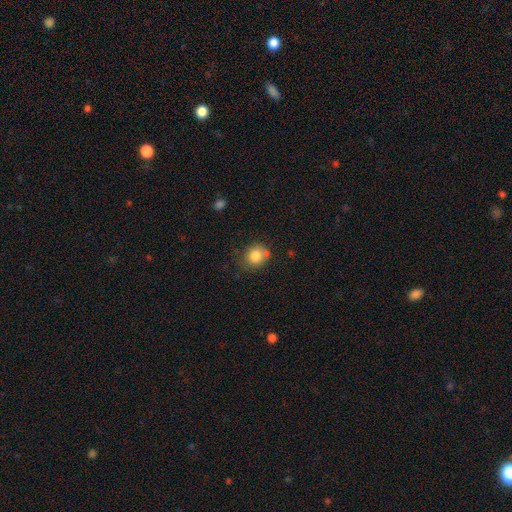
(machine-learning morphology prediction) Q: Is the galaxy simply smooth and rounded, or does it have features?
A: smooth — 82%.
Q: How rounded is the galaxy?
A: round — 76%.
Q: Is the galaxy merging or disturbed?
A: none — 62%.